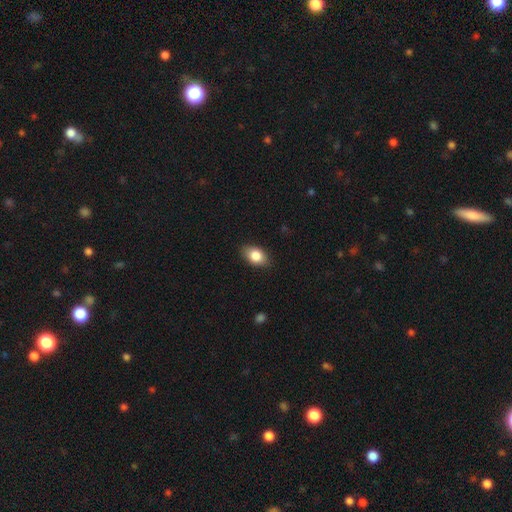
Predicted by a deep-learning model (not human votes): A smooth galaxy with no disk features (83%) that is in between round and cigar-shaped (86%). Merging: none (85%).